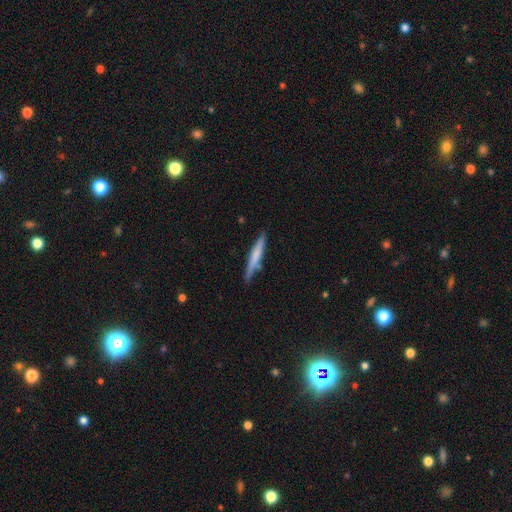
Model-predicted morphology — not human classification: Smooth or featured: smooth — 59% (featured or disk — 35%)
How rounded: cigar-shaped — 94% (in between — 4%)
Merging: none — 80% (minor disturbance — 15%)